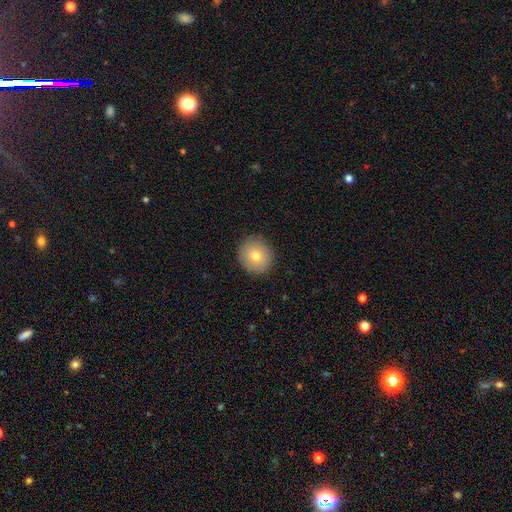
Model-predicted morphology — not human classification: This appears to be a smooth galaxy with no disk features (76%) that is round (89%). Merging: none (90%).